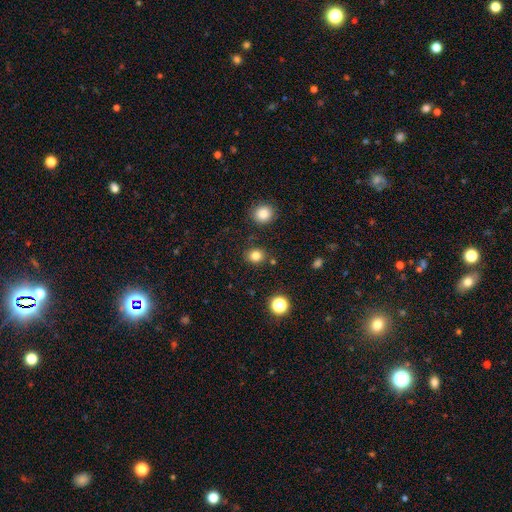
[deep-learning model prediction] smooth-or-featured: smooth: 81% | star or artifact: 13% | featured or disk: 5%
  how-rounded: round: 69% | in between: 30% | cigar-shaped: 1%
  merging: none: 85% | minor disturbance: 9% | merger: 4% | major disturbance: 3%